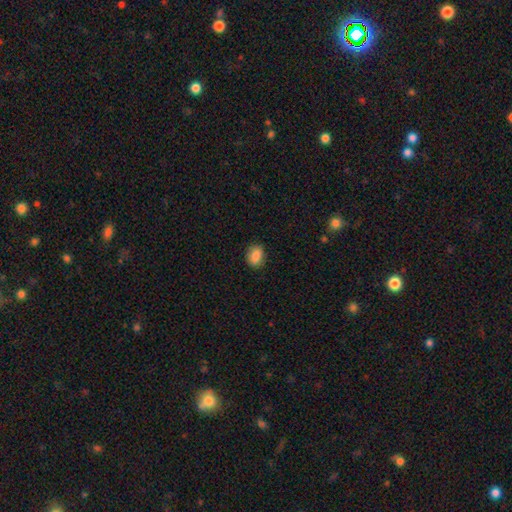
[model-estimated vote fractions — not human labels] smooth-or-featured: smooth: 87% | star or artifact: 8% | featured or disk: 5%
  how-rounded: in between: 74% | round: 25% | cigar-shaped: 1%
  merging: none: 86% | minor disturbance: 10% | major disturbance: 2% | merger: 1%